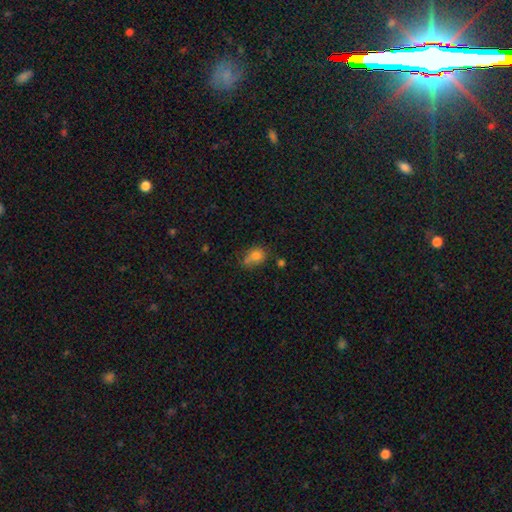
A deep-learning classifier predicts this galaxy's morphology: smooth 78%, star or artifact 12%, featured or disk 10%. Down the decision tree: how rounded — in between (56%); merging — none (42%).